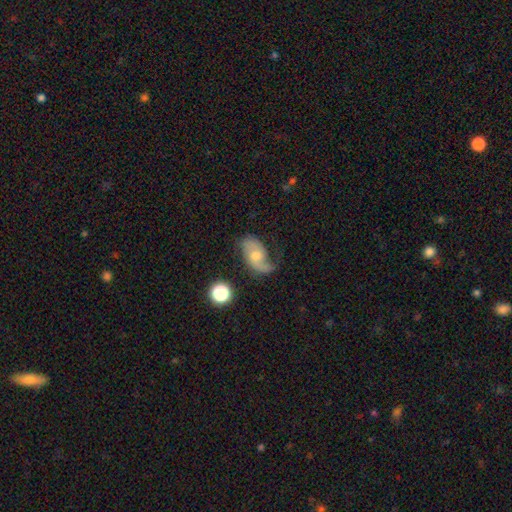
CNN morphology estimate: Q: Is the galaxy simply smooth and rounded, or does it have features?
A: featured or disk — 71%.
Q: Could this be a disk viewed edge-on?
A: no — 96%.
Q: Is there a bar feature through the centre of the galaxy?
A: no — 63%.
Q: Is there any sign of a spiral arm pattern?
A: yes — 91%.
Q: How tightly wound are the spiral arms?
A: loose — 53%.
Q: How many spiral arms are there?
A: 2 — 64%.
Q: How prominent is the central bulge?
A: moderate — 55%.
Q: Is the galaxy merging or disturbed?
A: none — 53%.